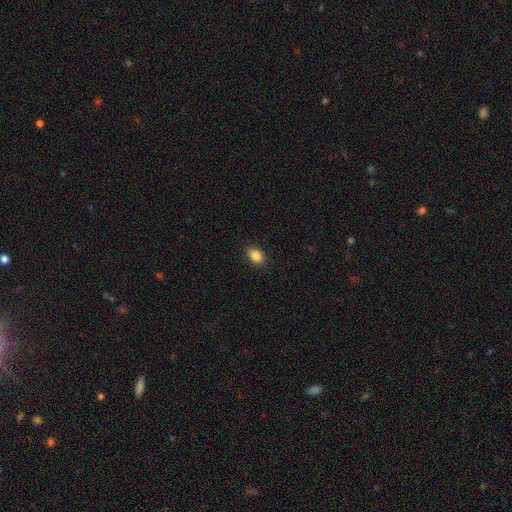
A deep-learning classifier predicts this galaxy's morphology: type=smooth (88%); roundness=in between (85%); merging=none (89%).